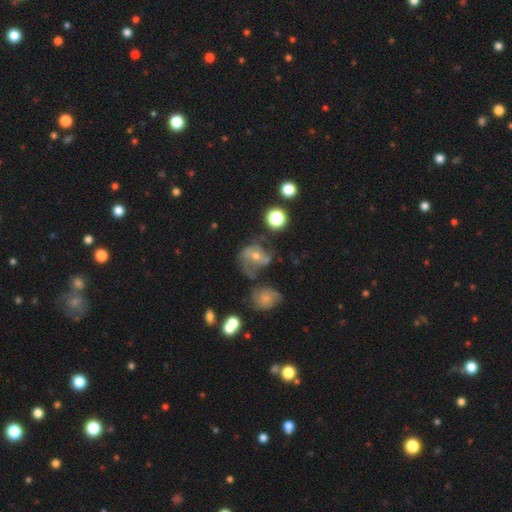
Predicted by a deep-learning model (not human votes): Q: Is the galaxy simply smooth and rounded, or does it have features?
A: featured or disk — 66%.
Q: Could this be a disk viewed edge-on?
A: no — 97%.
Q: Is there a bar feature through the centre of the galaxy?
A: no — 56%.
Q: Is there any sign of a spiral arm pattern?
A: yes — 84%.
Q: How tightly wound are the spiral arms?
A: medium — 45%.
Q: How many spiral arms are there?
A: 2 — 55%.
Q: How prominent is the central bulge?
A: moderate — 57%.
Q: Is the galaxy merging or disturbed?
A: none — 35%.